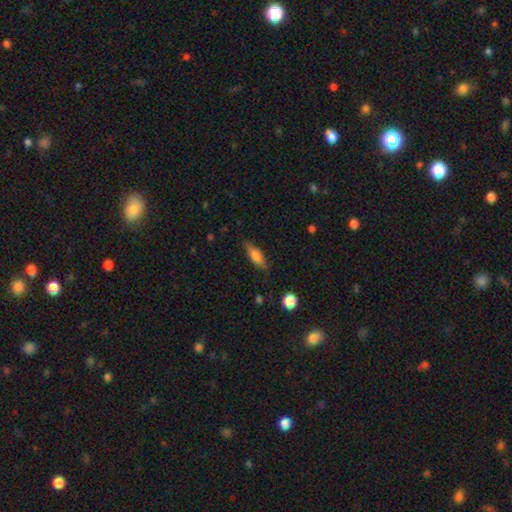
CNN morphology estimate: smooth 68%, featured or disk 24%, star or artifact 7%. Down the decision tree: how rounded — in between (50%); merging — none (80%).